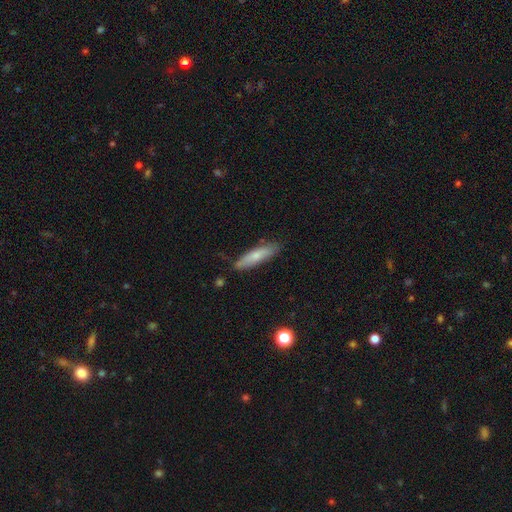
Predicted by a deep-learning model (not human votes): The model was most divided on "how rounded": cigar-shaped: 72%, in between: 26%, round: 2%. More confident: merging — none (79%); smooth or featured — smooth (72%).